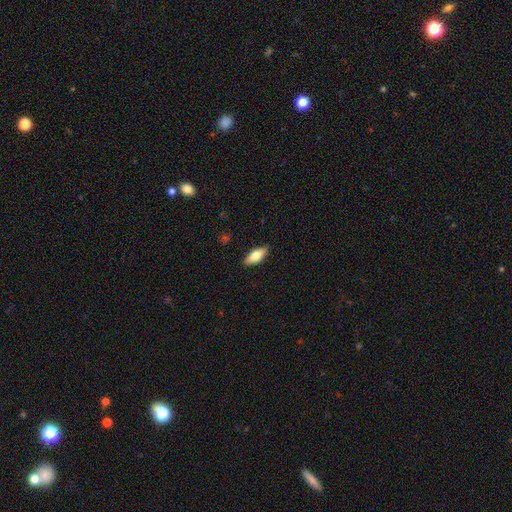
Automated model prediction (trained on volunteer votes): Smooth or featured? smooth (70%)
How rounded? in between (77%)
Merging? none (89%)